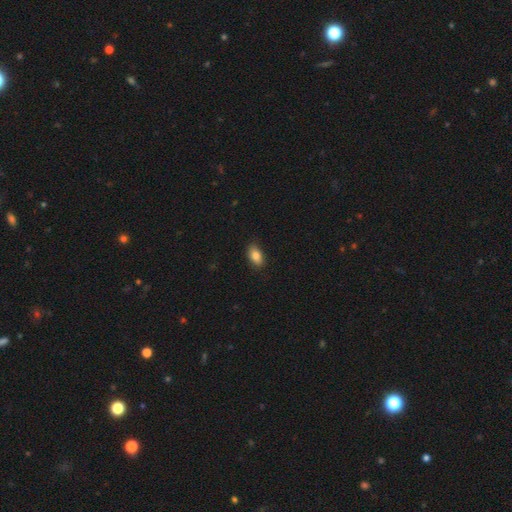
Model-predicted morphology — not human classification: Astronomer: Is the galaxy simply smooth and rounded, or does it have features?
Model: smooth — 85%.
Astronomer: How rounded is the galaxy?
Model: in between — 89%.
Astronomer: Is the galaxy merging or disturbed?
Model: none — 84%.